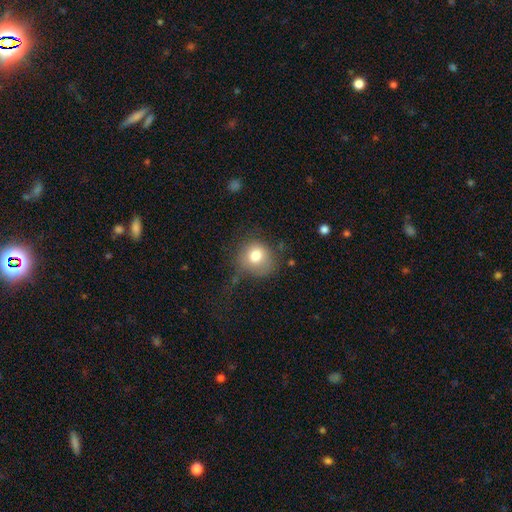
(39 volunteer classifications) Smooth or featured? 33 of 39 (85%) said smooth. How rounded? 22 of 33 (67%) said round. Merging? 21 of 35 (60%) said none.